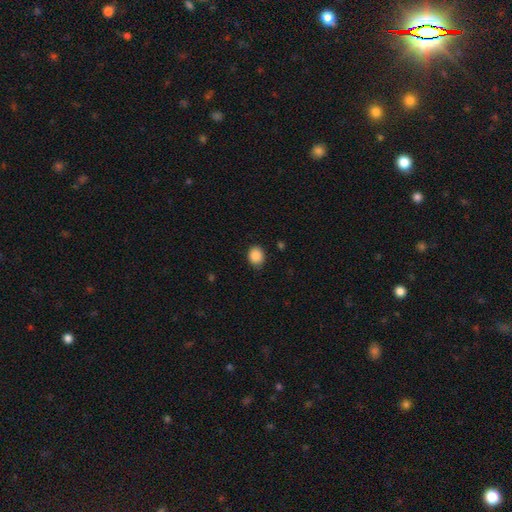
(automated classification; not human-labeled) Smooth or featured?
  - smooth: 88% *
  - star or artifact: 9%
  - featured or disk: 3%
How rounded?
  - round: 54% *
  - in between: 45%
  - cigar-shaped: 1%
Merging?
  - none: 82% *
  - minor disturbance: 14%
  - major disturbance: 3%
  - merger: 1%